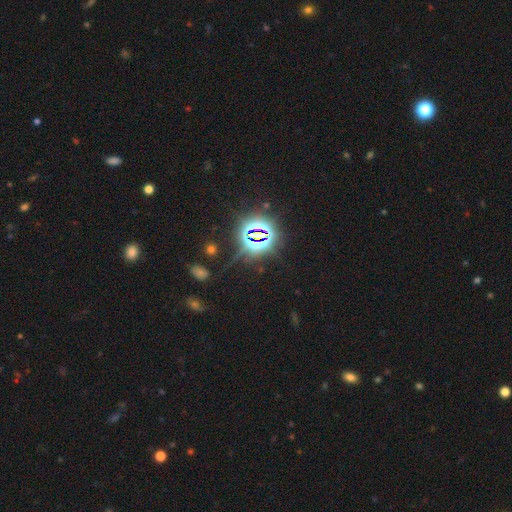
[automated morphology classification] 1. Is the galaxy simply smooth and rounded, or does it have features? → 82% star or artifact, 12% smooth, 7% featured or disk.